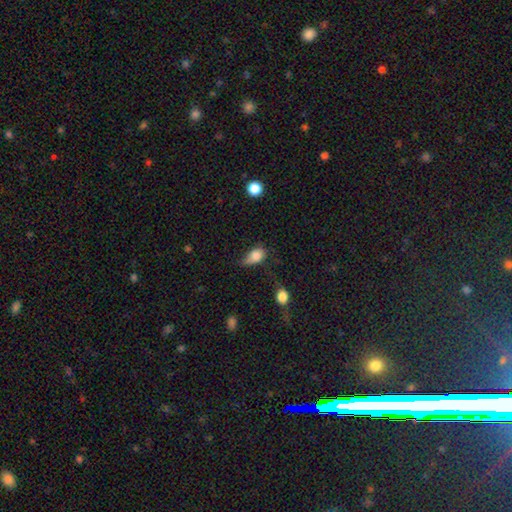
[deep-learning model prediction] The model was most divided on "merging": minor disturbance: 39%, major disturbance: 29%, none: 26%, merger: 6%. More confident: smooth or featured — smooth (80%); how rounded — in between (79%).